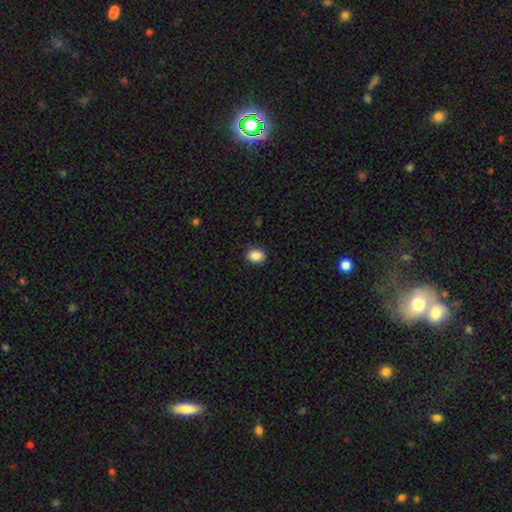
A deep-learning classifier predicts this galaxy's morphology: Smooth or featured?
  - smooth: 88% *
  - star or artifact: 9%
  - featured or disk: 3%
How rounded?
  - in between: 60% *
  - round: 39%
  - cigar-shaped: 1%
Merging?
  - none: 87% *
  - minor disturbance: 10%
  - major disturbance: 2%
  - merger: 1%